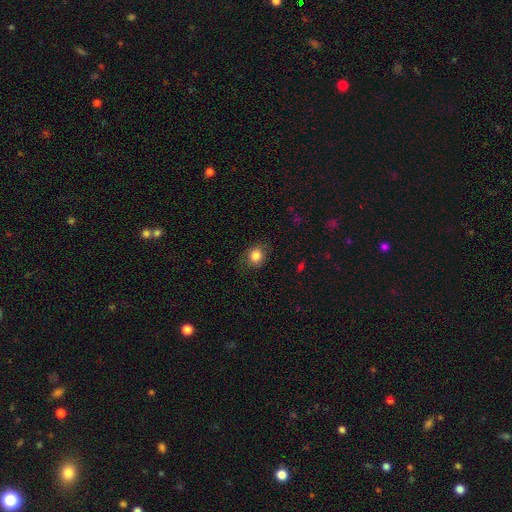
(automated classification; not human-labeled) This appears to be a smooth galaxy with no disk features (84%) that is round (72%). Merging: none (78%).